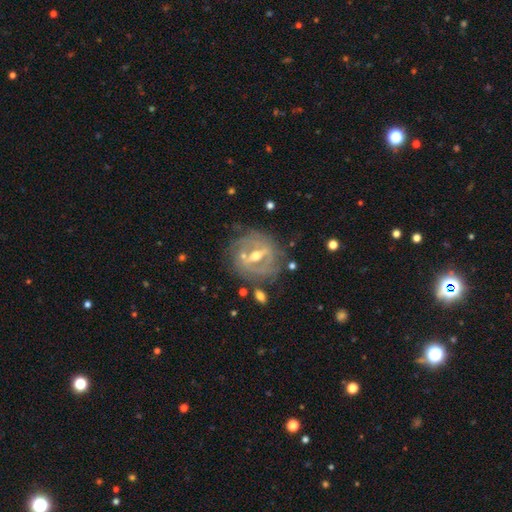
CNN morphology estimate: smooth-or-featured: featured or disk: 81% | smooth: 12% | star or artifact: 7%
  disk-edge-on: no: 89% | yes: 11%
    bar: strong: 56% | weak: 32% | no: 12%
    has-spiral-arms: yes: 66% | no: 34%
    bulge-size: moderate: 70% | small: 24% | large: 4% | none: 1% | dominant: 1%
  merging: none: 73% | minor disturbance: 16% | major disturbance: 7% | merger: 4%